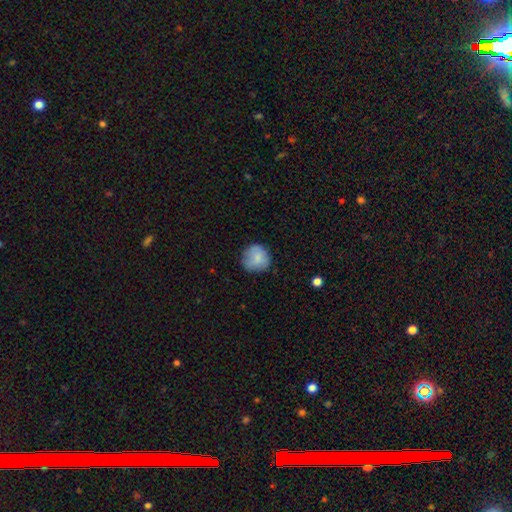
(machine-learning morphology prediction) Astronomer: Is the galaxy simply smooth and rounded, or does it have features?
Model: smooth — 79%.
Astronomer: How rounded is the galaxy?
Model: round — 90%.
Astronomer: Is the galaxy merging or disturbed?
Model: none — 77%.